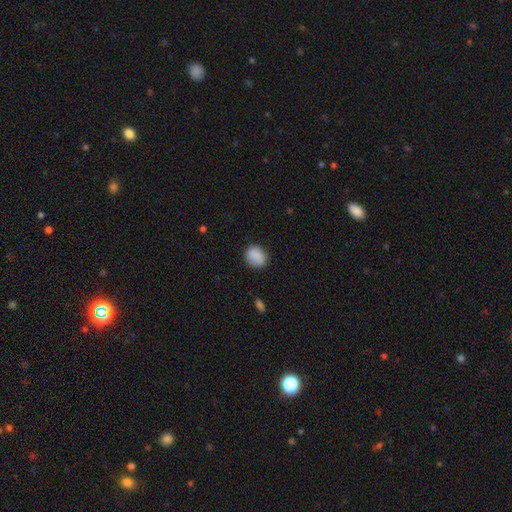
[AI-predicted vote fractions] A smooth galaxy with no disk features (86%) that is round (60%). Merging: none (80%).